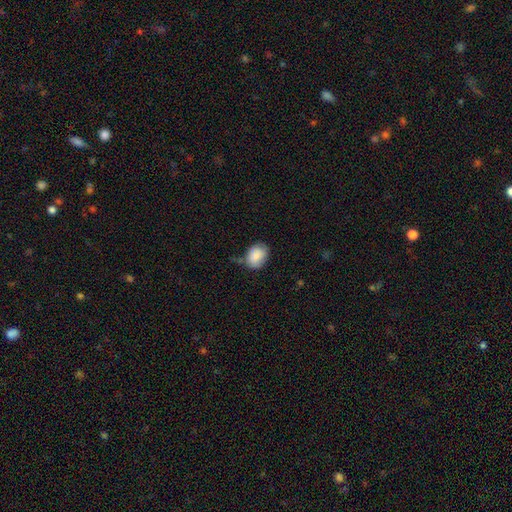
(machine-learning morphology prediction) Overall: smooth (86%). How rounded: in between (63%; round 36%). Merging: none (59%; minor disturbance 30%).